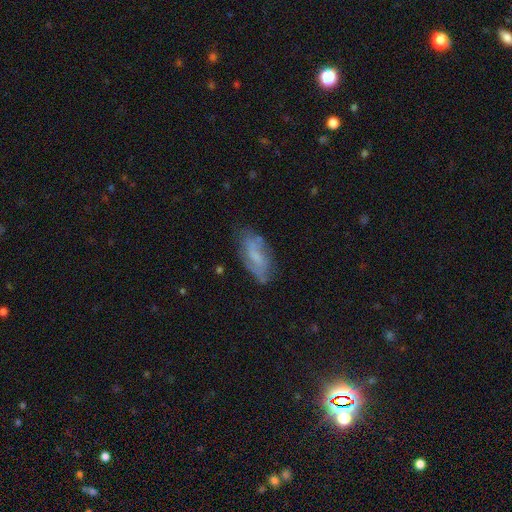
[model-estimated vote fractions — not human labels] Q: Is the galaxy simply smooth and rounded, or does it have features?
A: featured or disk — 47%.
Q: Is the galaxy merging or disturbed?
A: none — 66%.